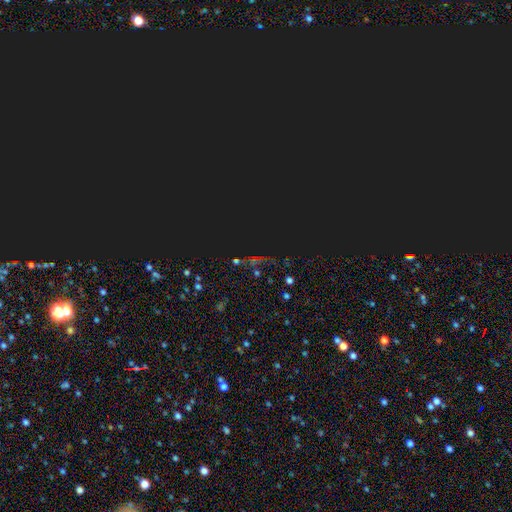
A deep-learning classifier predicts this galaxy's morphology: star or artifact 73%, smooth 17%, featured or disk 10%.